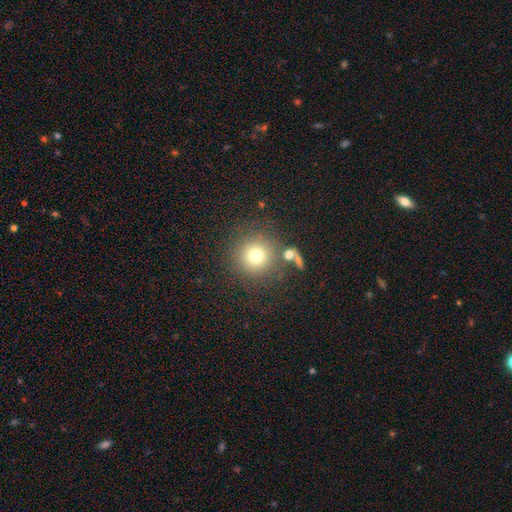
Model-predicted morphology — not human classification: A smooth galaxy with no disk features (74%) that is round (94%). Merging: none (78%).